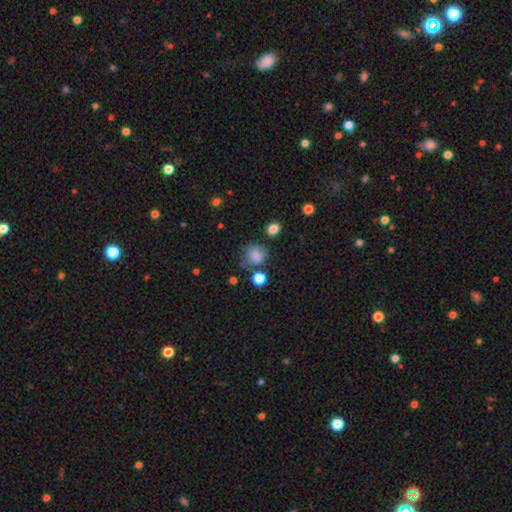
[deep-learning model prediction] smooth 79%, star or artifact 13%, featured or disk 8%. Down the decision tree: how rounded — round (70%); merging — none (55%).